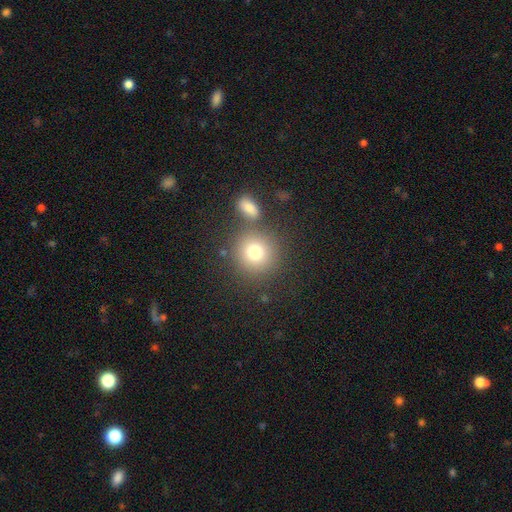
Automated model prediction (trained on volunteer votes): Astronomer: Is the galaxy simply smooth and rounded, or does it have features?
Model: smooth — 77%.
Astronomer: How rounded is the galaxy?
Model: round — 89%.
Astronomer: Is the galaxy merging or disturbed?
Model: none — 74%.